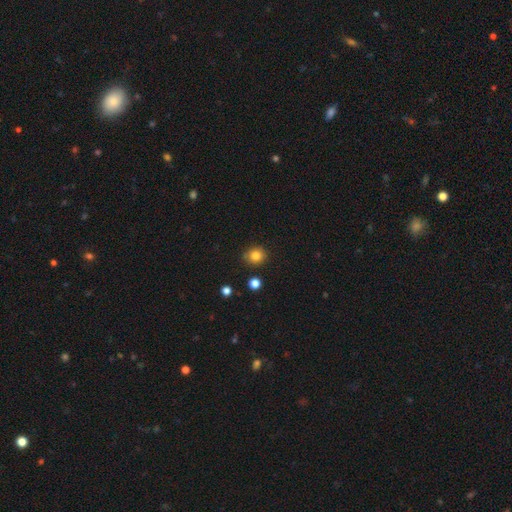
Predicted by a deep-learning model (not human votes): Morphology: type=smooth (82%); roundness=round (86%); merging=none (83%).